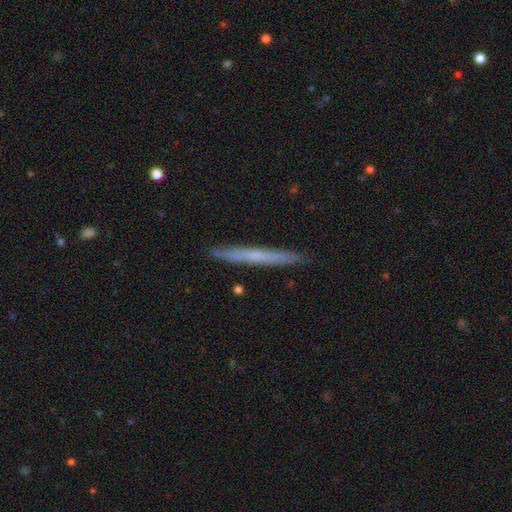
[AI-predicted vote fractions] smooth-or-featured: smooth: 49% | featured or disk: 45% | star or artifact: 6%
  merging: none: 91% | minor disturbance: 6% | major disturbance: 1% | merger: 1%